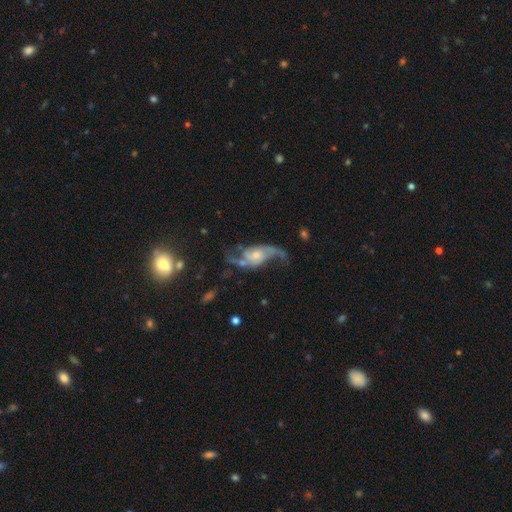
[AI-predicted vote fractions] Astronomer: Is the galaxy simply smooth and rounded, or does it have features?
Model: featured or disk — 85%.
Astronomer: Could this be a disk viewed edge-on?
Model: no — 96%.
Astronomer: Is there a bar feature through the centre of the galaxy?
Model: no — 64%.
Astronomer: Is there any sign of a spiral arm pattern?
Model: yes — 95%.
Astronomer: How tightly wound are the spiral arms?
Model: loose — 74%.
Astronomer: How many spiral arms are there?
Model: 2 — 90%.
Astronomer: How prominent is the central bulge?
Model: small — 51% (runner-up: moderate, 38%).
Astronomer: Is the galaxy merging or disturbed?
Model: none — 55%.